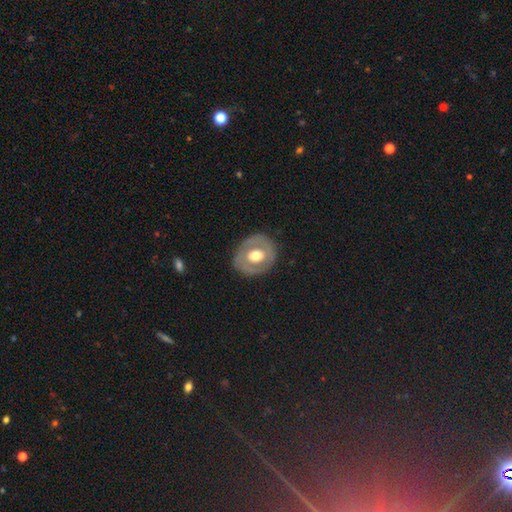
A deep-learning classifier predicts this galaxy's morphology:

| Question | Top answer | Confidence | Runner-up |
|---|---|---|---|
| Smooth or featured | featured or disk | 50% | smooth (44%) |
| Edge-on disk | no | 94% | yes (6%) |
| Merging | none | 81% | minor disturbance (13%) |